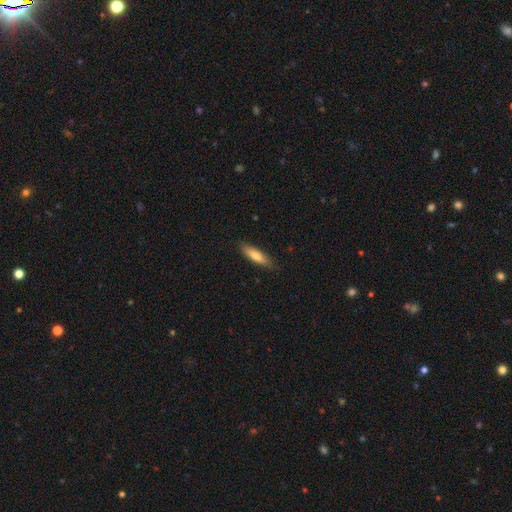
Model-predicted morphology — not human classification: Smooth or featured? smooth (72%)
How rounded? cigar-shaped (66%)
Merging? none (85%)